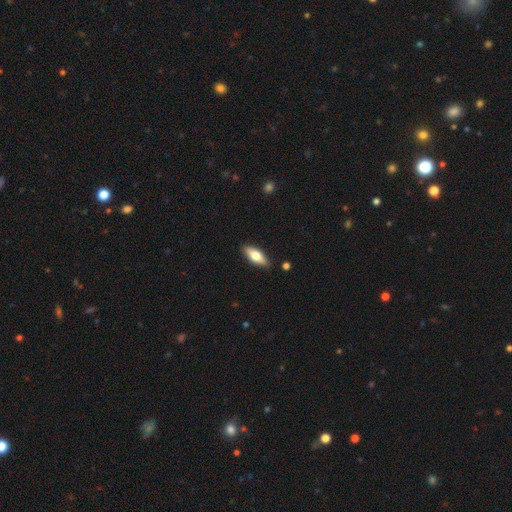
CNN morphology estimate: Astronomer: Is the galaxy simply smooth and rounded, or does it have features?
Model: smooth — 63%.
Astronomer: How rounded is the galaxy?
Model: in between — 67%.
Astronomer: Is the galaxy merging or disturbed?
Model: none — 87%.